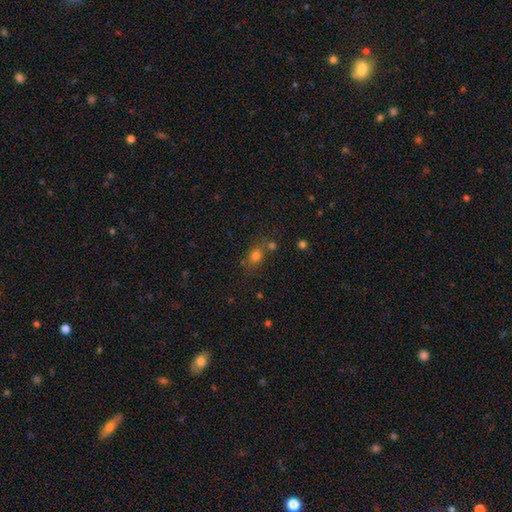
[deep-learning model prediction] Overall: smooth (73%). How rounded: round (53%; in between 45%). Merging: none (64%).